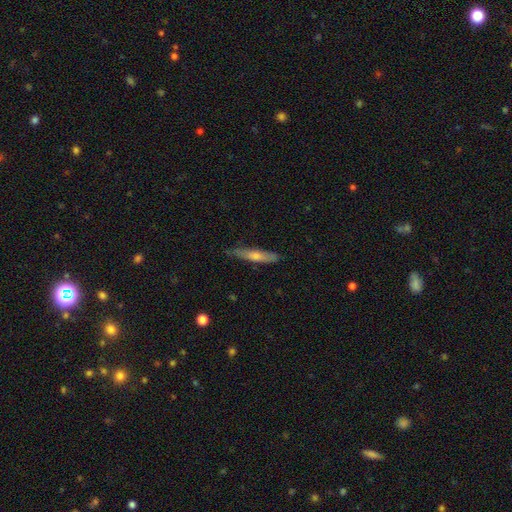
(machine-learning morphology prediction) Q: Smooth or featured?
A: smooth (49%); runner-up: featured or disk (44%)
Q: Merging?
A: none (80%); runner-up: minor disturbance (16%)